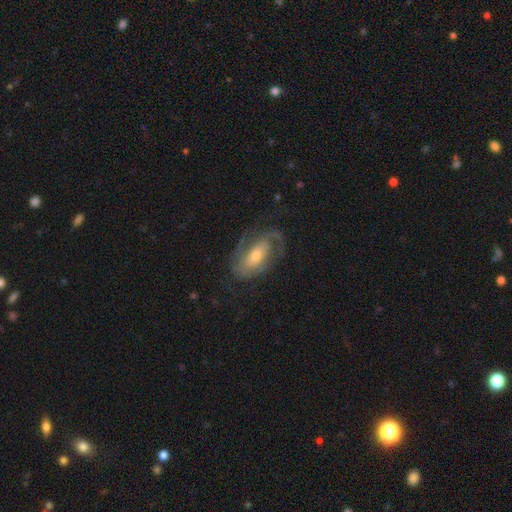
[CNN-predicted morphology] type=featured or disk (80%); edge-on=no (94%); bar=no (43%); spiral arms=yes (92%); winding=medium (44%); arm count=2 (63%); bulge=moderate (53%); merging=none (64%).